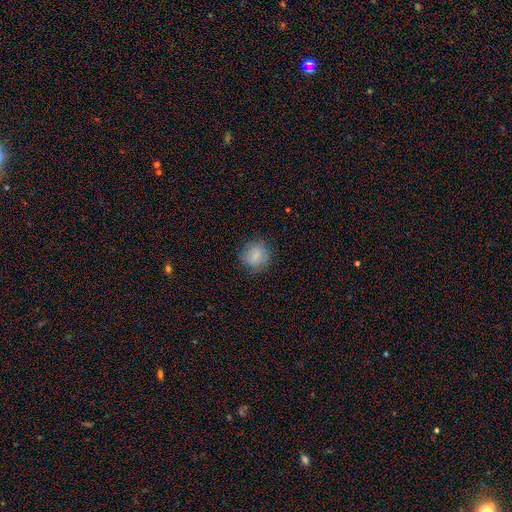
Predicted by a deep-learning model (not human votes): Morphology: type=smooth (76%); roundness=round (82%); merging=none (80%).